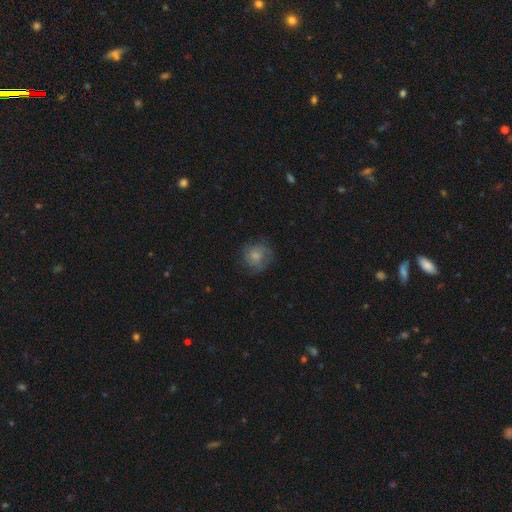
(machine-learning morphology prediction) This is likely a smooth galaxy (62%). How rounded: clearly round (86%). Merging: likely none (69%).